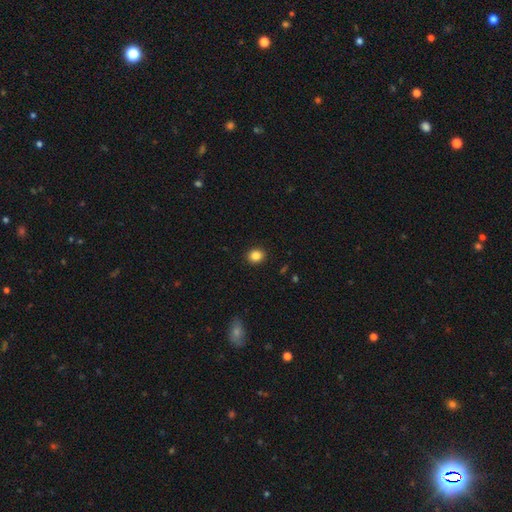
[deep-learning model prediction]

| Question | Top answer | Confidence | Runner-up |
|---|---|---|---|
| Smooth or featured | smooth | 85% | star or artifact (10%) |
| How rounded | round | 70% | in between (29%) |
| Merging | none | 91% | minor disturbance (6%) |